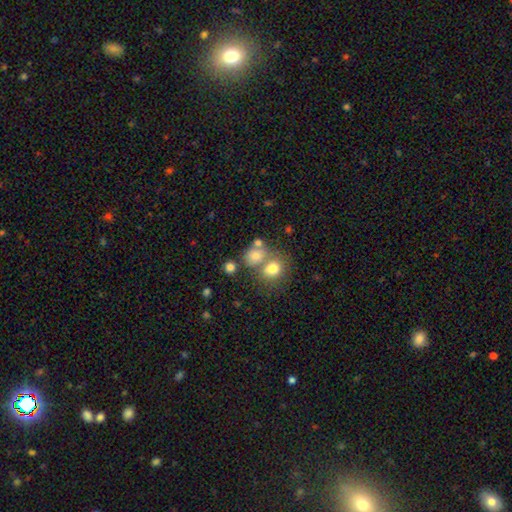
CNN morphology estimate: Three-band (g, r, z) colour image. It shows a smooth galaxy with no disk features (73%) that is round (66%). Merging: none (45%).